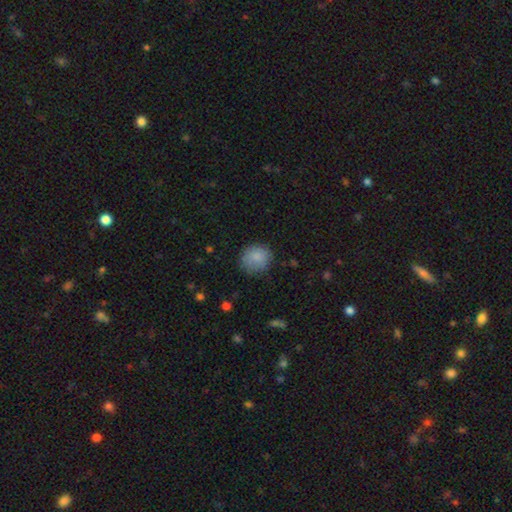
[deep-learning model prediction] smooth-or-featured: smooth: 86% | star or artifact: 8% | featured or disk: 6%
  how-rounded: round: 81% | in between: 18% | cigar-shaped: 1%
  merging: none: 80% | minor disturbance: 15% | major disturbance: 4% | merger: 1%